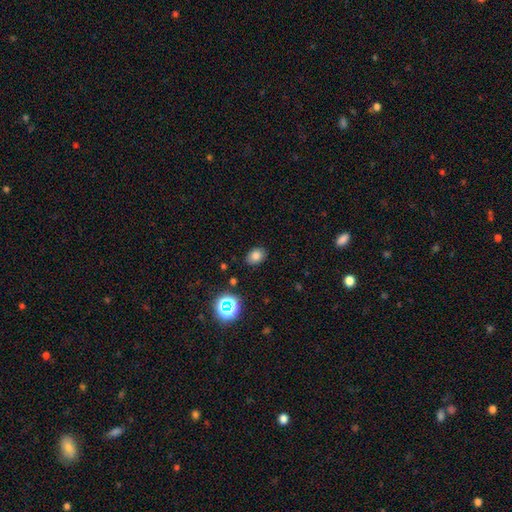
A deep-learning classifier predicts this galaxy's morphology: type=smooth (77%); roundness=in between (65%); merging=none (85%).